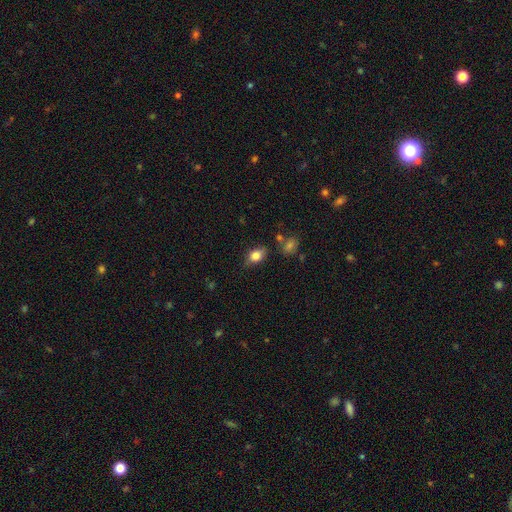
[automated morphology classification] This is likely a smooth galaxy (80%). How rounded: likely in between (75%). Merging: likely none (73%).